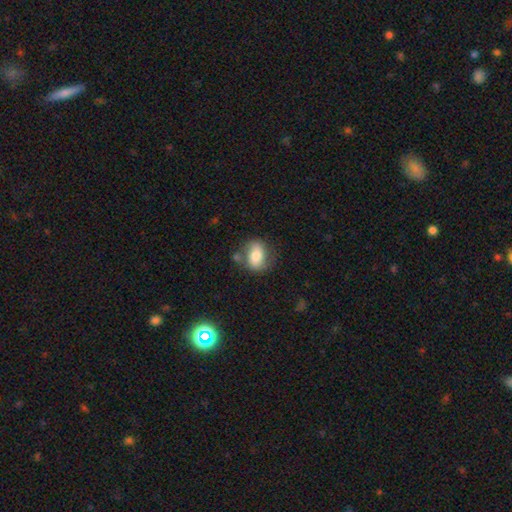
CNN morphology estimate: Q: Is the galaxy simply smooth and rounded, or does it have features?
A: smooth — 64%.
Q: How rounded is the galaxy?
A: in between — 70%.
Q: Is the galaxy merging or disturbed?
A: none — 61%.